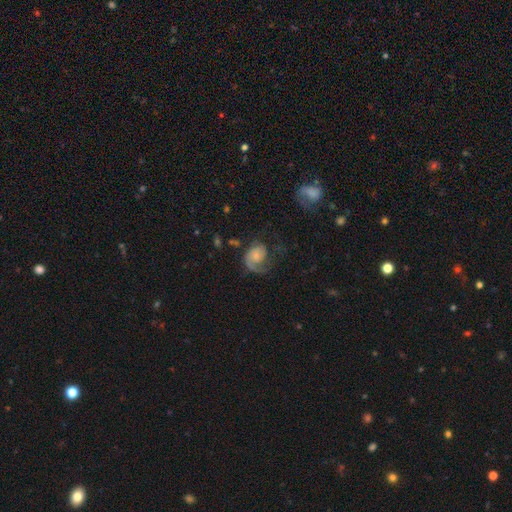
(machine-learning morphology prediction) Smooth or featured: featured or disk — 70% (smooth — 22%)
Edge-on disk: no — 98% (yes — 2%)
Bar: no — 71% (weak — 25%)
Spiral arms: yes — 91% (no — 9%)
Spiral winding: medium — 40% (tight — 31%)
Spiral arm count: 1 — 69% (2 — 20%)
Bulge size: small — 47% (moderate — 25%)
Merging: none — 43% (major disturbance — 35%)